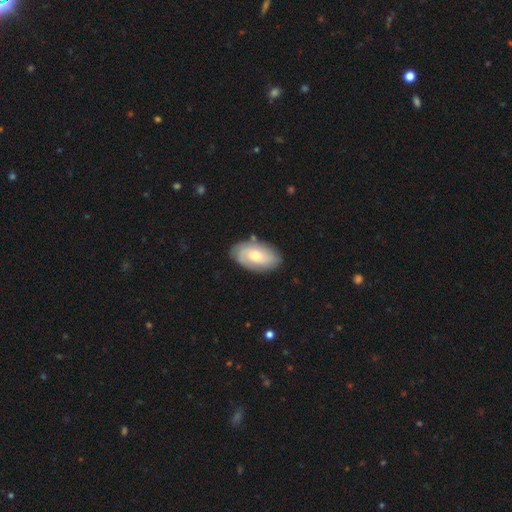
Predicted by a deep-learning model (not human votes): smooth_or_featured: featured or disk (p=0.48) [alt: smooth p=0.46]
merging: none (p=0.79) [alt: minor disturbance p=0.16]